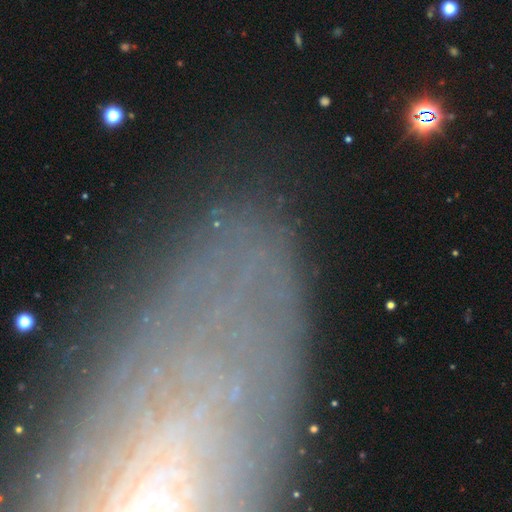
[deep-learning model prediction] This is marginally a featured or disk galaxy (40%, tied with star or artifact). Merging: likely none (77%).